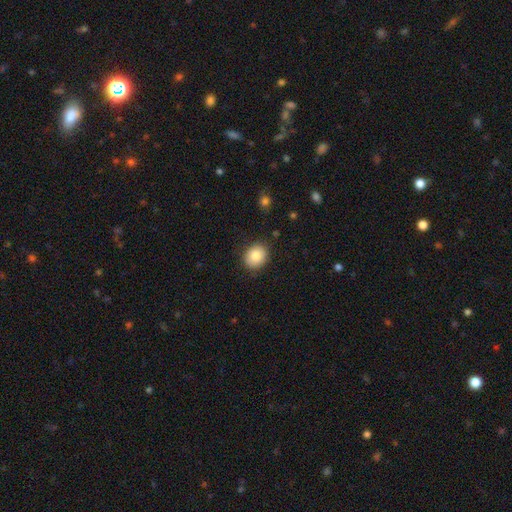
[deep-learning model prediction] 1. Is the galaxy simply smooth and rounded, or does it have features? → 85% smooth, 8% star or artifact, 7% featured or disk.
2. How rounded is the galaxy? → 59% round, 40% in between, 1% cigar-shaped.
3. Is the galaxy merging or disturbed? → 86% none, 11% minor disturbance, 3% major disturbance, 1% merger.